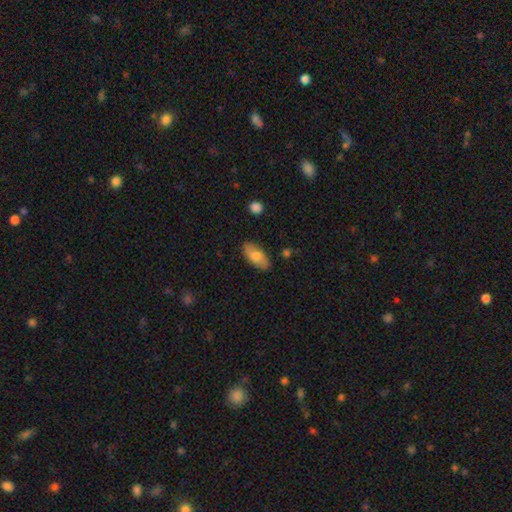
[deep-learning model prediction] Q: Smooth or featured?
A: smooth (73%); runner-up: featured or disk (21%)
Q: How rounded?
A: in between (89%); runner-up: cigar-shaped (8%)
Q: Merging?
A: none (84%); runner-up: minor disturbance (12%)